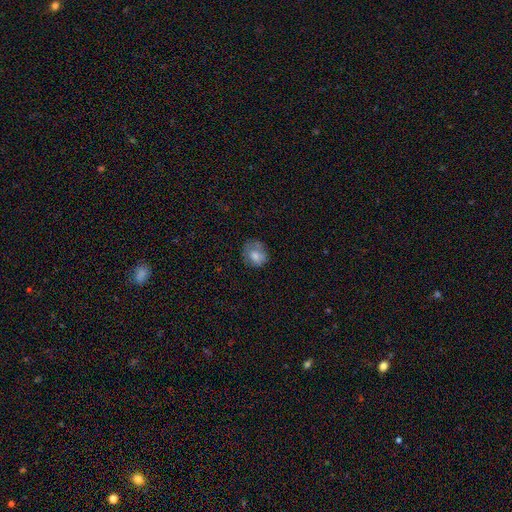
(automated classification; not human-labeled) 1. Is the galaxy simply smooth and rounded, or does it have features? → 72% smooth, 18% featured or disk, 9% star or artifact.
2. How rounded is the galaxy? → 67% round, 33% in between, 1% cigar-shaped.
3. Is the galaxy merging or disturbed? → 58% none, 26% minor disturbance, 14% major disturbance, 2% merger.